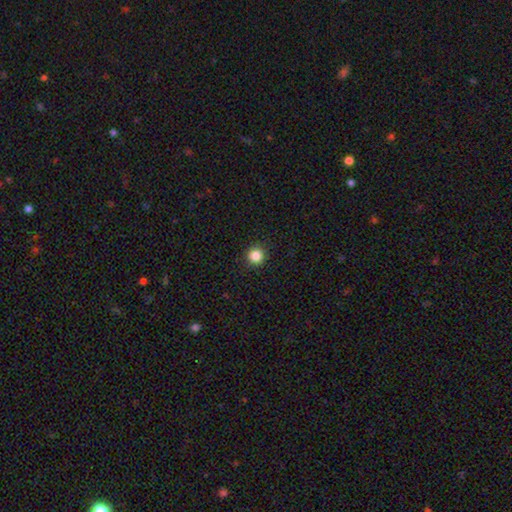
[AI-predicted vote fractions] smooth_or_featured: smooth (p=0.85) [alt: star or artifact p=0.12]
how_rounded: round (p=0.95) [alt: in between p=0.04]
merging: none (p=0.92) [alt: minor disturbance p=0.05]